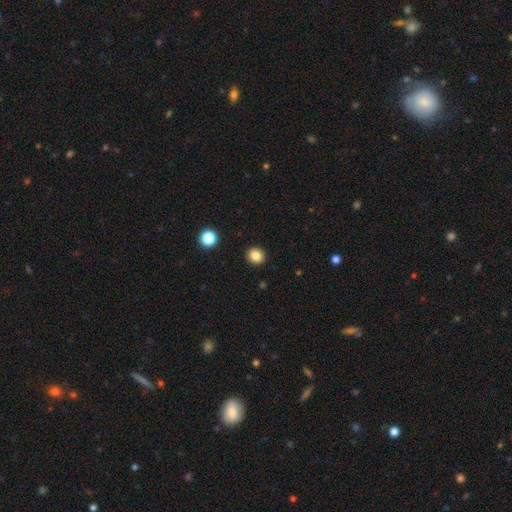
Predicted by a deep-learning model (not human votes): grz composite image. It shows a smooth galaxy with no disk features (83%) that is round (88%). Merging: none (93%).